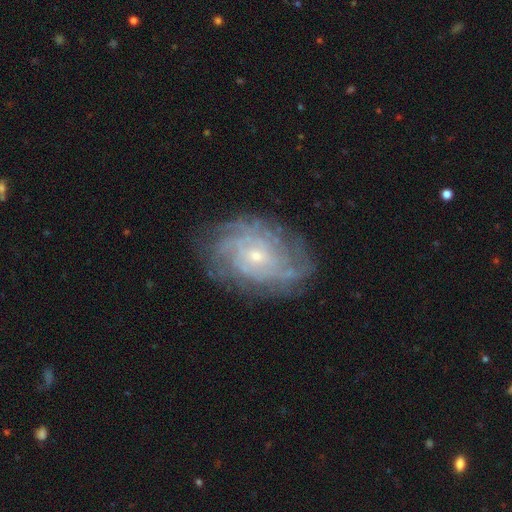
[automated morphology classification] Overall: featured or disk (84%). Edge-on disk: no (96%). Bar: no (72%). Spiral arms: yes (94%). Spiral arm count: can't tell (42%; 4 16%). Spiral winding: tight (71%). Bulge size: small (72%). Merging: none (78%).